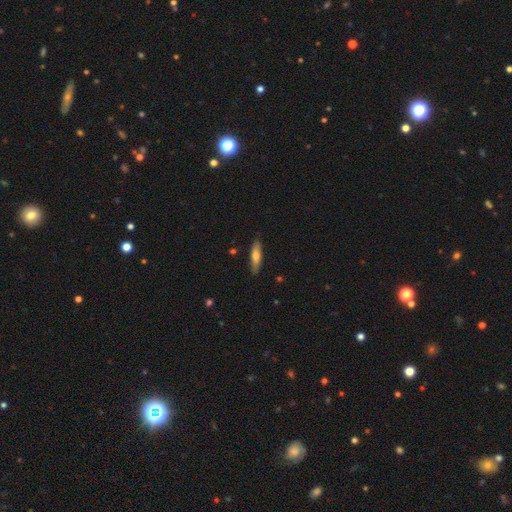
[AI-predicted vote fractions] smooth-or-featured: smooth: 66% | featured or disk: 28% | star or artifact: 6%
  how-rounded: cigar-shaped: 72% | in between: 27% | round: 2%
  merging: none: 86% | minor disturbance: 11% | major disturbance: 2% | merger: 1%